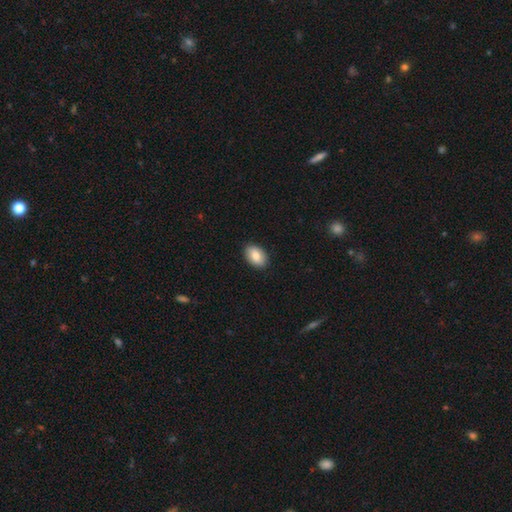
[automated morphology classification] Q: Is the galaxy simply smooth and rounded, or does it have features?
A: smooth — 84%.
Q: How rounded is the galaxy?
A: in between — 89%.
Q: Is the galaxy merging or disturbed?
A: none — 89%.